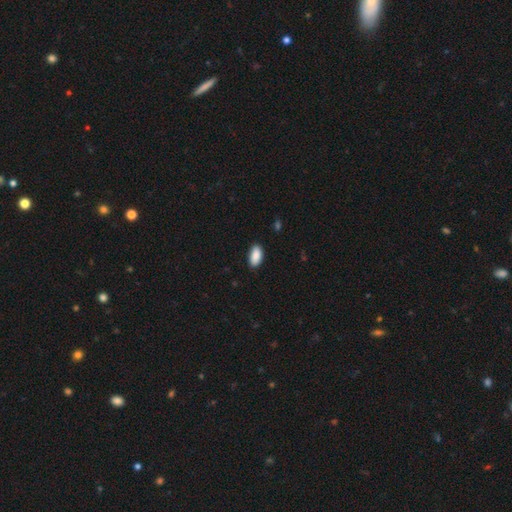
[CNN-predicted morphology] The model was most divided on "merging": none: 86%, minor disturbance: 11%, major disturbance: 2%, merger: 1%. More confident: how rounded — in between (93%); smooth or featured — smooth (90%).